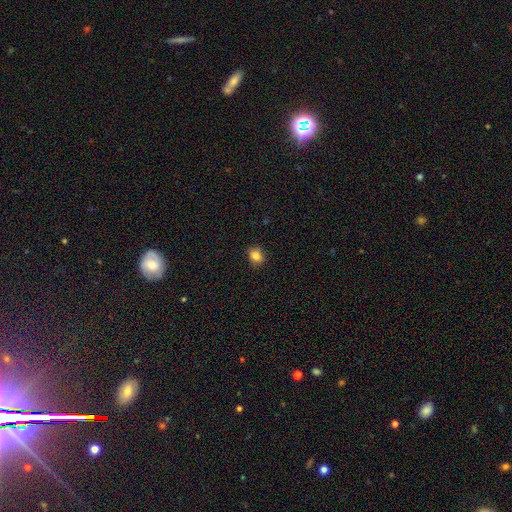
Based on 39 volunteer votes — smooth_or_featured: smooth (p=0.92) [alt: star or artifact p=0.08]
how_rounded: round (p=0.64) [alt: in between p=0.36]
merging: none (p=0.83) [alt: minor disturbance p=0.17]